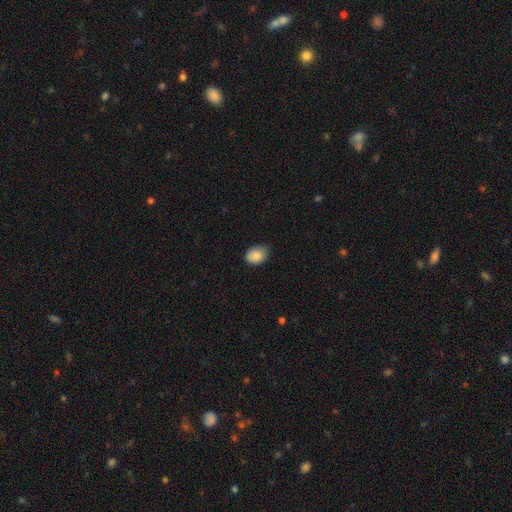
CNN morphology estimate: This is clearly a smooth galaxy (86%). How rounded: likely in between (77%). Merging: likely none (68%).